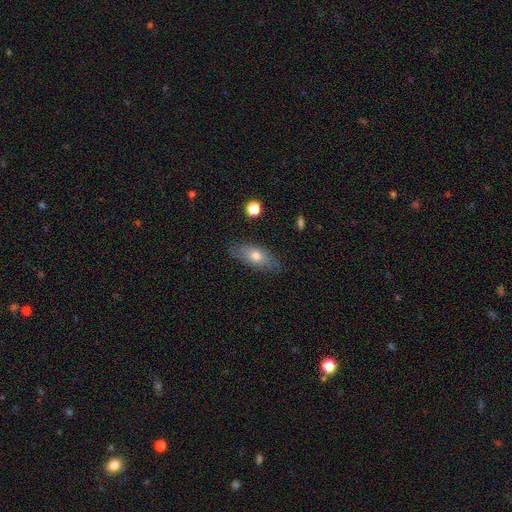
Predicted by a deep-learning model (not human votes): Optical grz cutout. It shows a smooth galaxy with no disk features (64%) that is in between round and cigar-shaped (73%). Merging: none (82%).